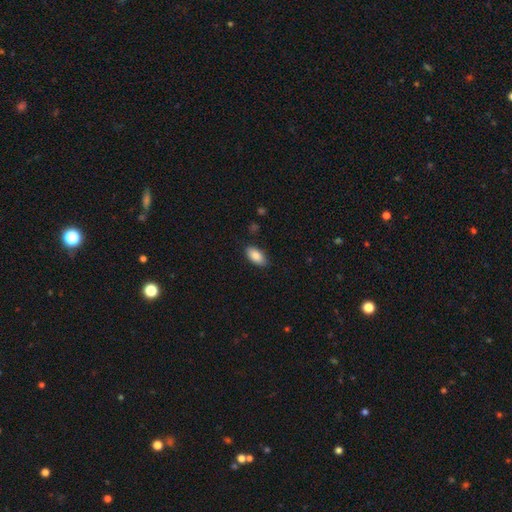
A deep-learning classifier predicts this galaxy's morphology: Smooth or featured?
  - smooth: 87% *
  - star or artifact: 7%
  - featured or disk: 6%
How rounded?
  - in between: 93% *
  - cigar-shaped: 4%
  - round: 3%
Merging?
  - none: 87% *
  - minor disturbance: 10%
  - major disturbance: 2%
  - merger: 1%